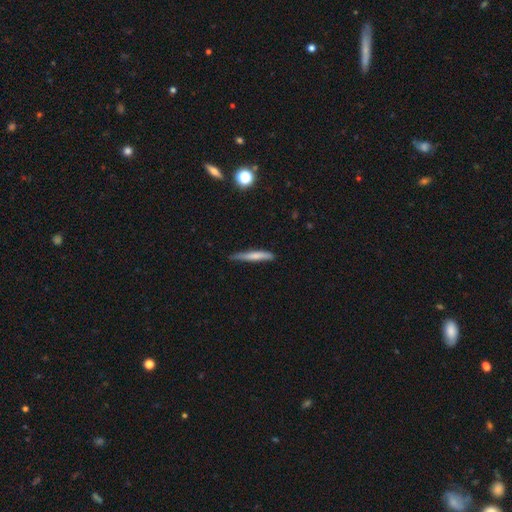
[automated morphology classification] Smooth or featured: smooth — 67% (featured or disk — 27%)
How rounded: cigar-shaped — 94% (in between — 5%)
Merging: none — 65% (minor disturbance — 28%)